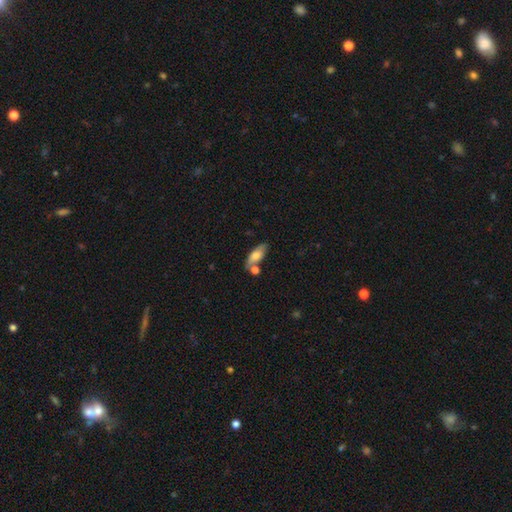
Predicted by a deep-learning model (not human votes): Smooth or featured: smooth — 66% (featured or disk — 28%)
How rounded: in between — 75% (cigar-shaped — 22%)
Merging: none — 64% (merger — 18%)